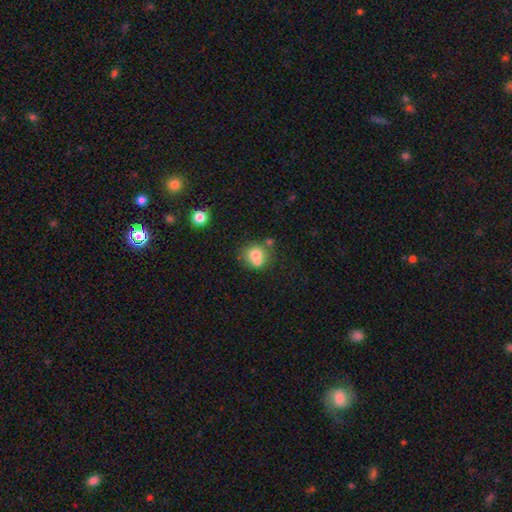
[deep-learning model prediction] The model was most divided on "merging": merger: 46%, none: 39%, minor disturbance: 10%, major disturbance: 5%. More confident: how rounded — round (78%); smooth or featured — smooth (69%).